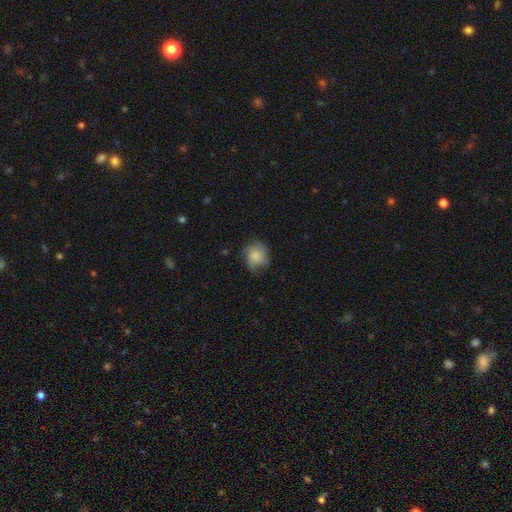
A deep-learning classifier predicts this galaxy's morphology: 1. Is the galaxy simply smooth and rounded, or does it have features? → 68% smooth, 23% featured or disk, 9% star or artifact.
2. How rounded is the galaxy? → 73% round, 26% in between, 1% cigar-shaped.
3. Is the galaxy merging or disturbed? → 59% none, 27% minor disturbance, 12% major disturbance, 1% merger.